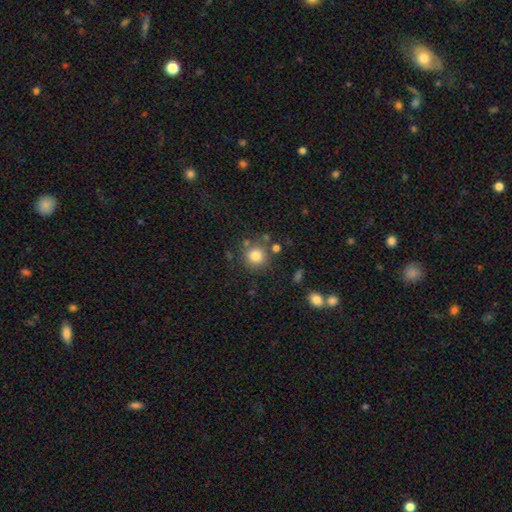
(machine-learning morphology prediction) The model was most divided on "merging": none: 79%, minor disturbance: 10%, merger: 7%, major disturbance: 4%. More confident: how rounded — round (92%); smooth or featured — smooth (82%).